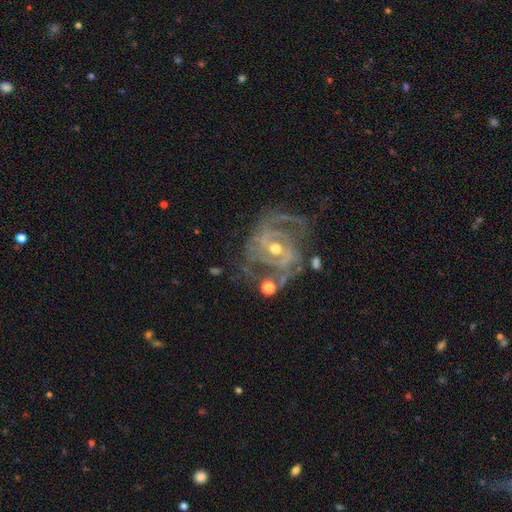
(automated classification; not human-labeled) A featured or disk galaxy (88%) with a weak bar (43%), 2 (50%) tight (47%) spiral arms (95%) and a small central bulge (56%).

Vote fractions:
- Smooth or featured? featured or disk: 88% / star or artifact: 8% / smooth: 5%
- Edge-on disk? no: 97% / yes: 3%
- Bar? weak: 43% / no: 30% / strong: 27%
- Spiral arms? yes: 95% / no: 5%
- Spiral winding? tight: 47% / medium: 43% / loose: 10%
- Spiral arm count? 2: 50% / 3: 18% / can't tell: 16% / 4: 6% / 1: 5% / more than 4: 5%
- Bulge size? small: 56% / moderate: 40% / large: 1% / none: 1% / dominant: 1%
- Merging? none: 59% / minor disturbance: 19% / major disturbance: 15% / merger: 7%